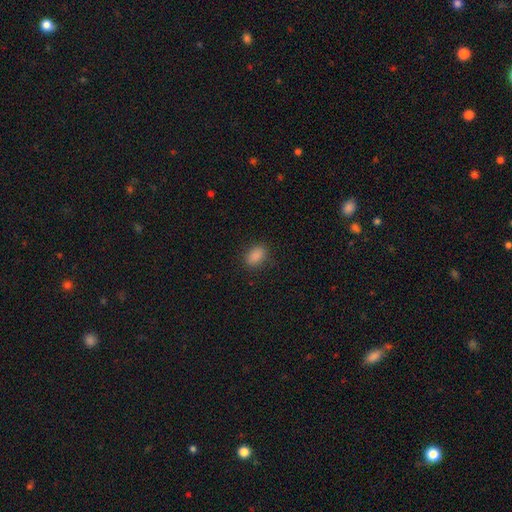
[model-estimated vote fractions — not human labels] Smooth or featured: smooth — 88% (star or artifact — 9%)
How rounded: in between — 86% (round — 12%)
Merging: none — 86% (minor disturbance — 10%)